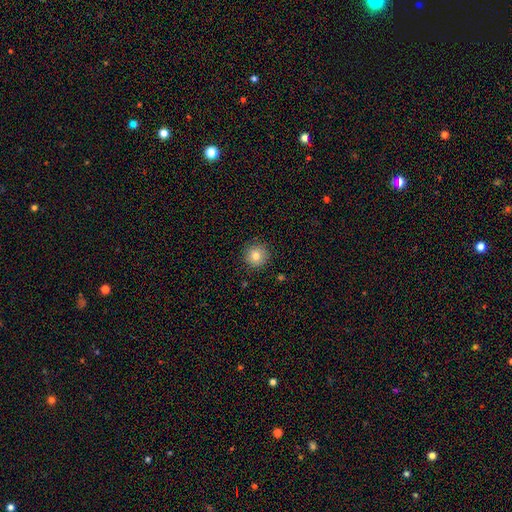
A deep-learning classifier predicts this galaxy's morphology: The model was most divided on "smooth or featured": smooth: 79%, star or artifact: 11%, featured or disk: 10%. More confident: how rounded — round (96%); merging — none (89%).